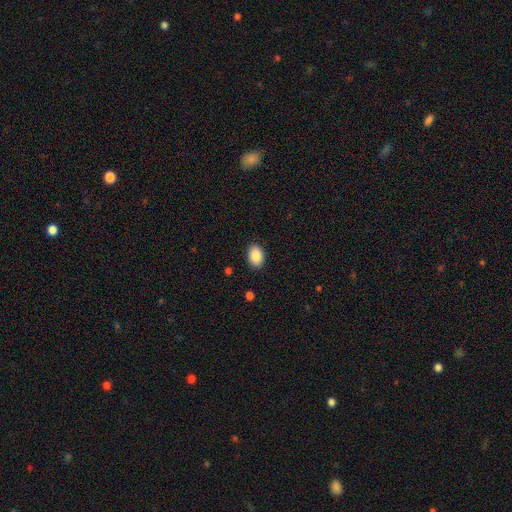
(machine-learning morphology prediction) smooth-or-featured: smooth: 89% | star or artifact: 7% | featured or disk: 4%
  how-rounded: in between: 85% | round: 14% | cigar-shaped: 1%
  merging: none: 89% | minor disturbance: 8% | major disturbance: 2% | merger: 1%